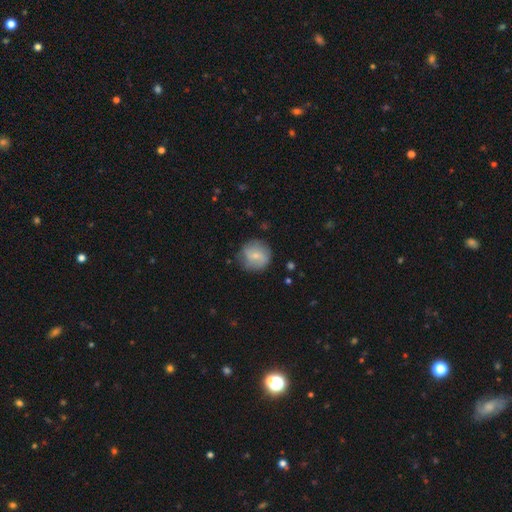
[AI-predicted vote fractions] The model was most divided on "smooth or featured": smooth: 62%, featured or disk: 31%, star or artifact: 7%. More confident: how rounded — round (89%); merging — none (76%).